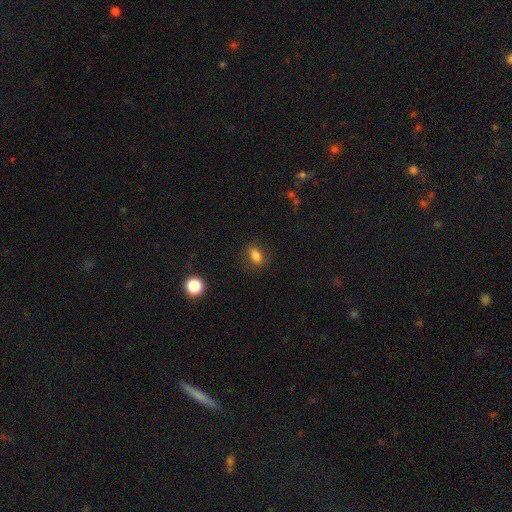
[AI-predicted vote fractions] smooth_or_featured: smooth (p=0.81) [alt: star or artifact p=0.11]
how_rounded: in between (p=0.75) [alt: round p=0.21]
merging: none (p=0.83) [alt: minor disturbance p=0.12]